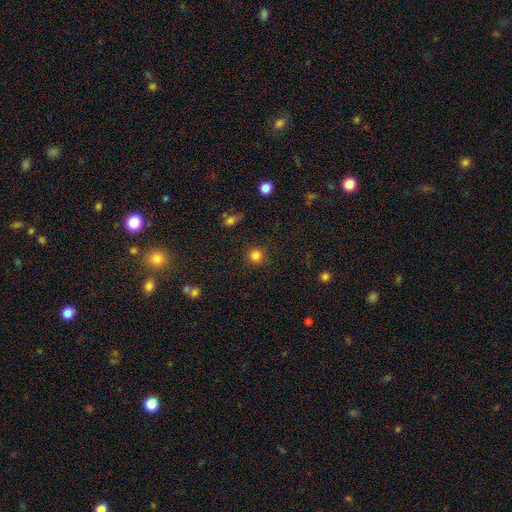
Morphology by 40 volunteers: Q: Smooth or featured?
A: smooth (92%); runner-up: star or artifact (5%)
Q: How rounded?
A: round (89%); runner-up: in between (11%)
Q: Merging?
A: none (84%); runner-up: minor disturbance (8%)